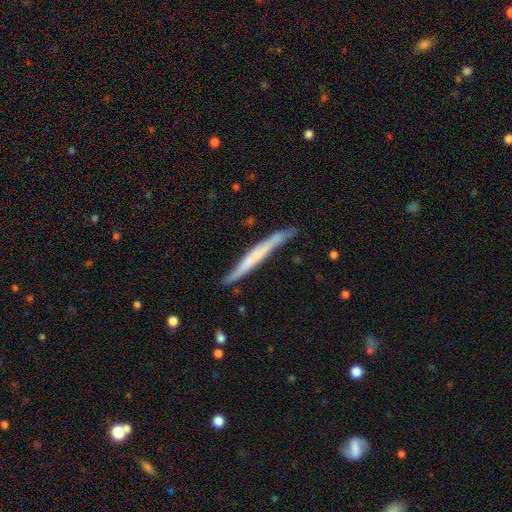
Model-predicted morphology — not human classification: smooth_or_featured: featured or disk (p=0.54) [alt: smooth p=0.40]
disk_edge_on: yes (p=0.89) [alt: no p=0.11]
merging: none (p=0.70) [alt: minor disturbance p=0.22]